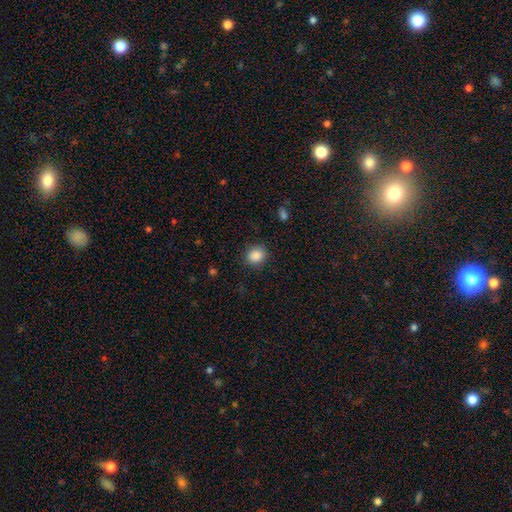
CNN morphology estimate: A smooth galaxy with no disk features (87%) that is round (77%). Merging: none (87%).